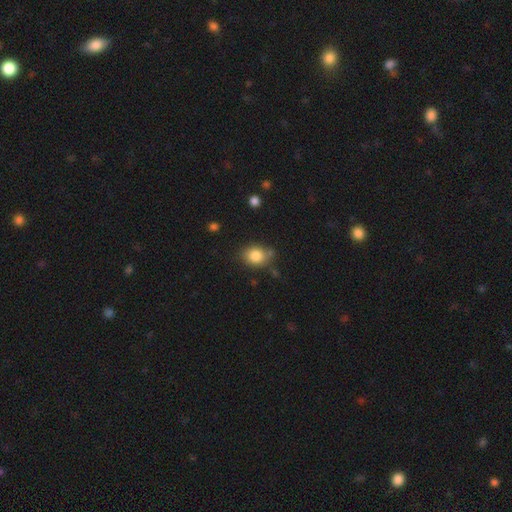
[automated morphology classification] Smooth or featured? smooth (84%)
How rounded? round (52%)
Merging? none (71%)